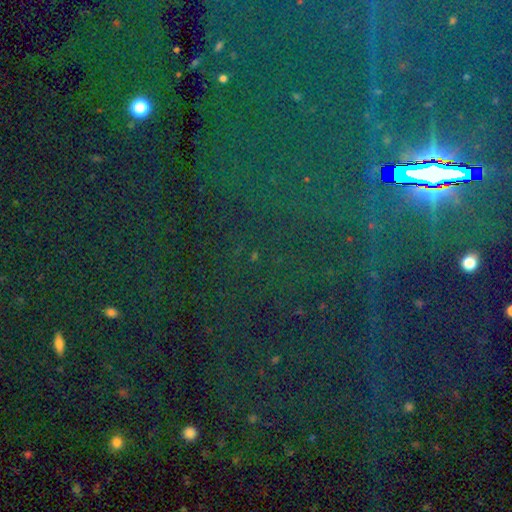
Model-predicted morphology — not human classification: type=star or artifact (86%).